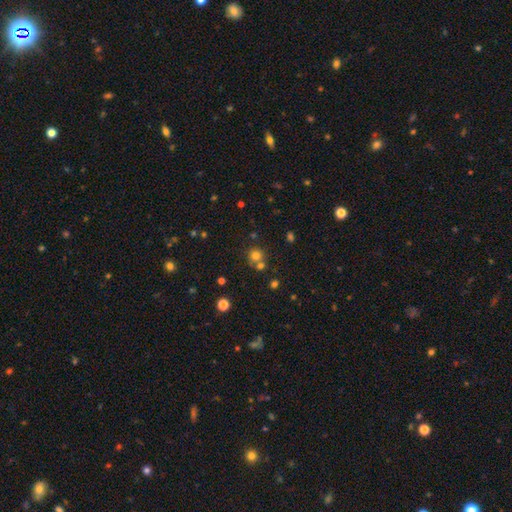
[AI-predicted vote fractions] A smooth galaxy with no disk features (73%) that is round (89%).

Vote fractions:
- Smooth or featured? smooth: 73% / star or artifact: 18% / featured or disk: 8%
- How rounded? round: 89% / in between: 10% / cigar-shaped: 1%
- Merging? none: 61% / merger: 27% / minor disturbance: 8% / major disturbance: 4%